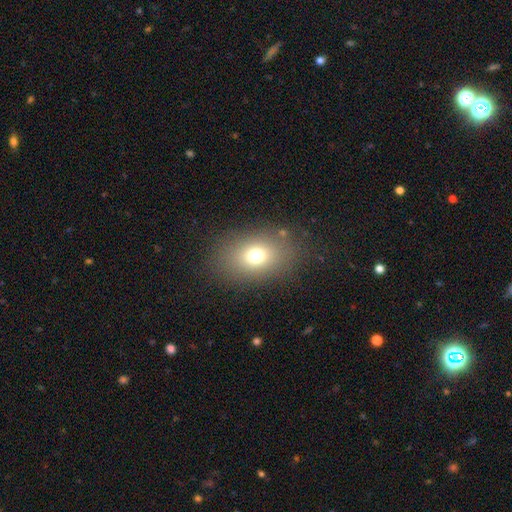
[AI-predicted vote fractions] Smooth or featured?
  - smooth: 71% *
  - star or artifact: 15%
  - featured or disk: 13%
How rounded?
  - in between: 72% *
  - round: 26%
  - cigar-shaped: 1%
Merging?
  - none: 83% *
  - minor disturbance: 10%
  - major disturbance: 6%
  - merger: 2%